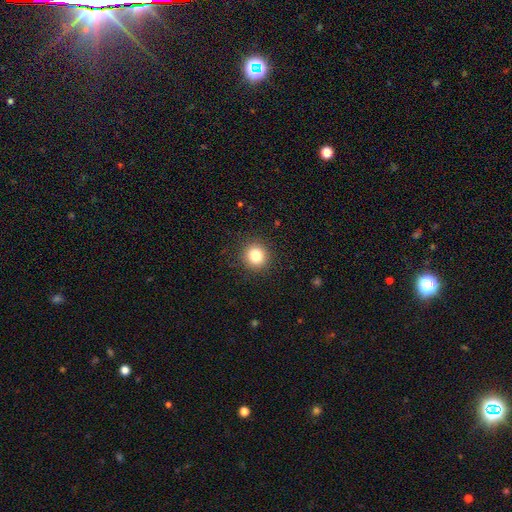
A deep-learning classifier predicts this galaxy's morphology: Overall: smooth (82%). How rounded: round (92%). Merging: none (91%).